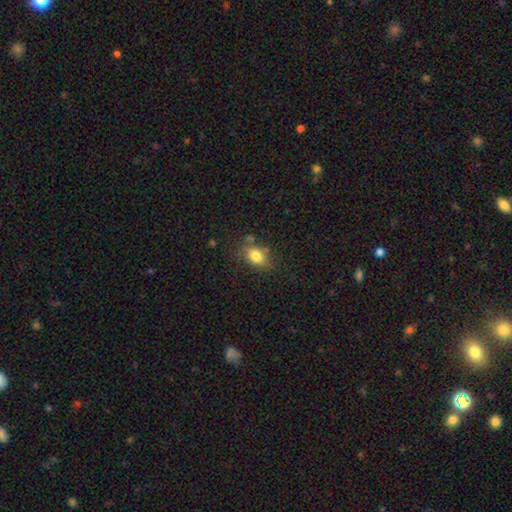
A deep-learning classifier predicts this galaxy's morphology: Q: Smooth or featured?
A: smooth (79%); runner-up: featured or disk (10%)
Q: How rounded?
A: in between (70%); runner-up: round (28%)
Q: Merging?
A: none (66%); runner-up: minor disturbance (21%)